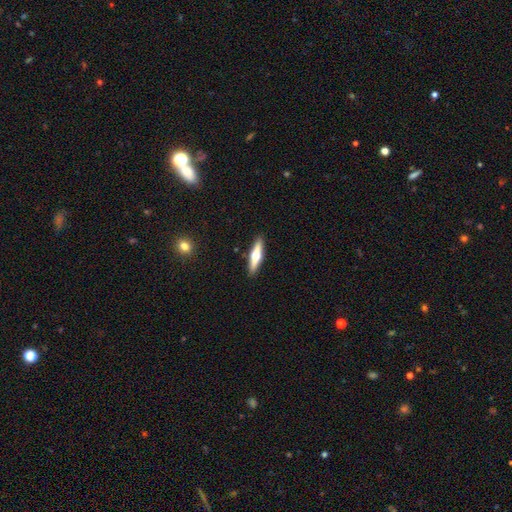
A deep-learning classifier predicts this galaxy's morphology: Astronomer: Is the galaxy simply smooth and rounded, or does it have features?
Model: featured or disk — 57% (runner-up: smooth, 37%).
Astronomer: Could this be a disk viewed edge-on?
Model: yes — 95%.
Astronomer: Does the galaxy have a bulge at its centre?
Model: rounded — 95%.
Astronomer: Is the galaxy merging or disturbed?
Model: none — 91%.